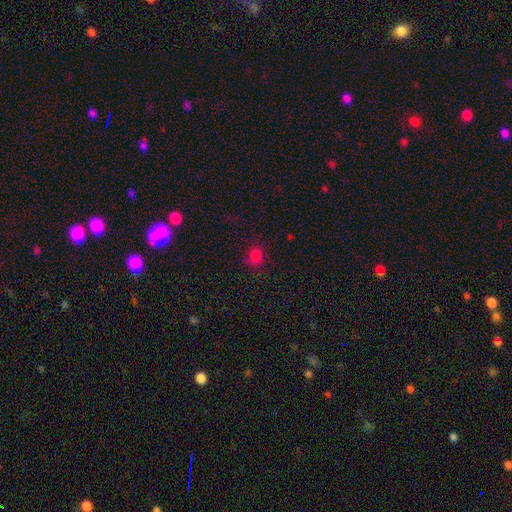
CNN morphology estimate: Smooth or featured?
  - smooth: 77% *
  - star or artifact: 18%
  - featured or disk: 5%
How rounded?
  - round: 69% *
  - in between: 30%
  - cigar-shaped: 1%
Merging?
  - none: 76% *
  - minor disturbance: 16%
  - major disturbance: 6%
  - merger: 2%